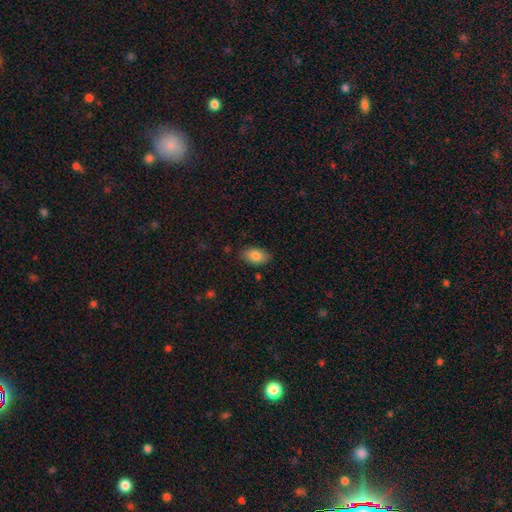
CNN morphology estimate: smooth_or_featured: smooth (p=0.83) [alt: featured or disk p=0.10]
how_rounded: in between (p=0.92) [alt: round p=0.06]
merging: none (p=0.84) [alt: minor disturbance p=0.12]